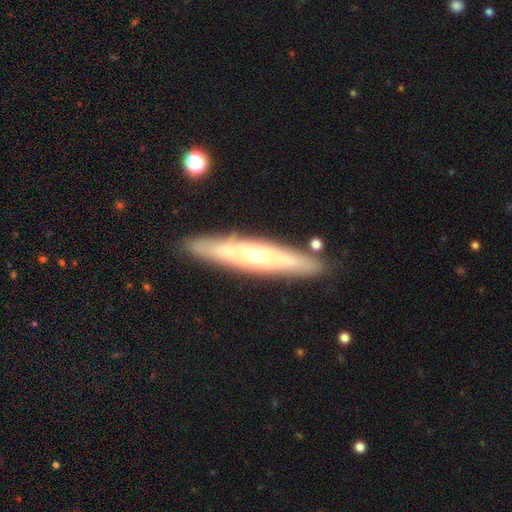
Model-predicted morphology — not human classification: This appears to be a featured or disk galaxy (59%) viewed edge-on (70%). Merging: none (85%).